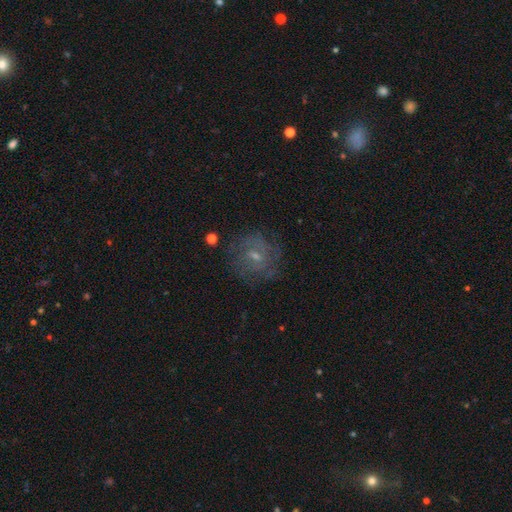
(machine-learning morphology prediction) type=featured or disk (58%); edge-on=no (96%); bar=weak (48%); spiral arms=yes (64%); bulge=small (58%); merging=none (70%).